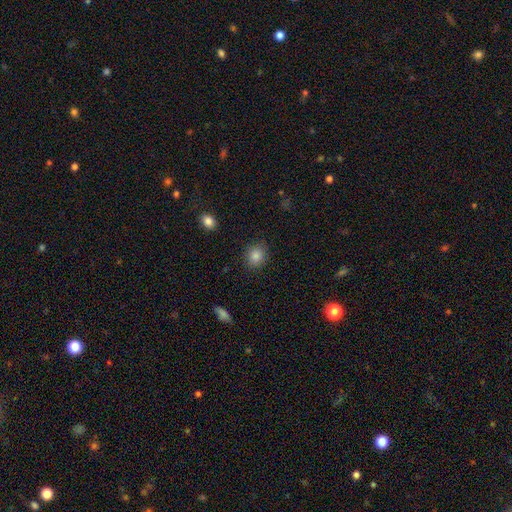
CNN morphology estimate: smooth_or_featured: smooth (p=0.84) [alt: star or artifact p=0.10]
how_rounded: round (p=0.69) [alt: in between p=0.30]
merging: none (p=0.88) [alt: minor disturbance p=0.08]